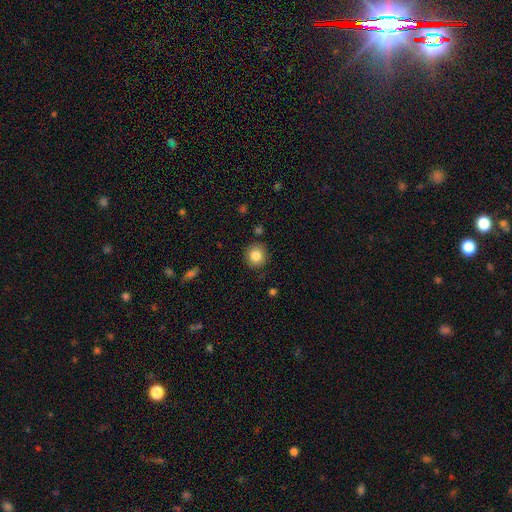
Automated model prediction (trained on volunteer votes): smooth-or-featured: smooth: 83% | star or artifact: 10% | featured or disk: 7%
  how-rounded: round: 88% | in between: 11% | cigar-shaped: 1%
  merging: none: 89% | minor disturbance: 8% | major disturbance: 2% | merger: 2%